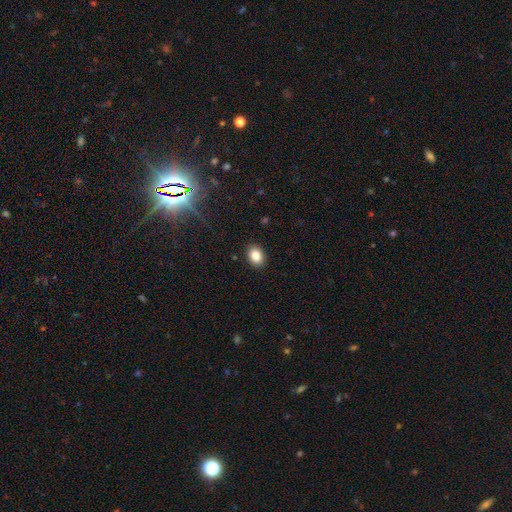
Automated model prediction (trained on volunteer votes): The model was most divided on "how rounded": in between: 68%, round: 31%, cigar-shaped: 1%. More confident: merging — none (90%); smooth or featured — smooth (85%).